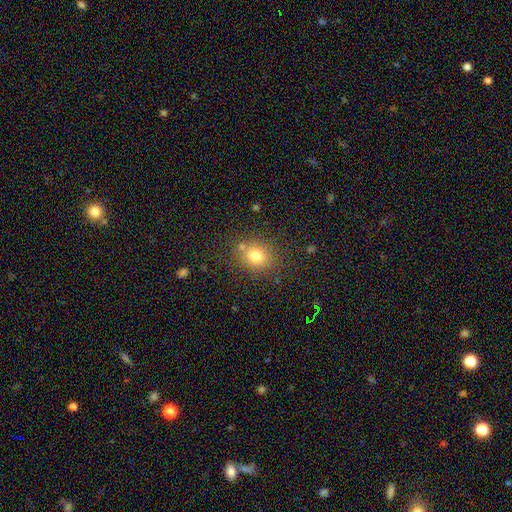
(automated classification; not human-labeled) A smooth galaxy with no disk features (76%) that is round (65%). Merging: none (76%).